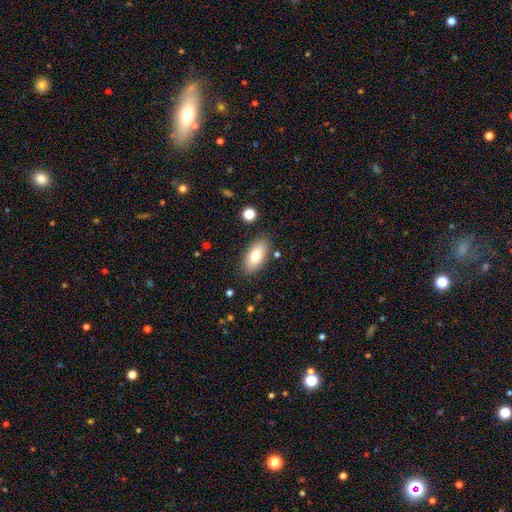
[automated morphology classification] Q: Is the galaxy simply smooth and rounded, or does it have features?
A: smooth — 75%.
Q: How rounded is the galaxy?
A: in between — 90%.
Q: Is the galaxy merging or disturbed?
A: none — 85%.